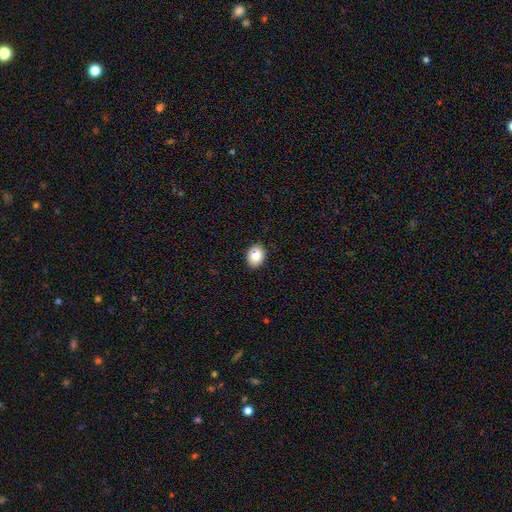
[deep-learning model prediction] smooth_or_featured: smooth (p=0.84) [alt: star or artifact p=0.09]
how_rounded: in between (p=0.57) [alt: round p=0.42]
merging: none (p=0.88) [alt: minor disturbance p=0.09]